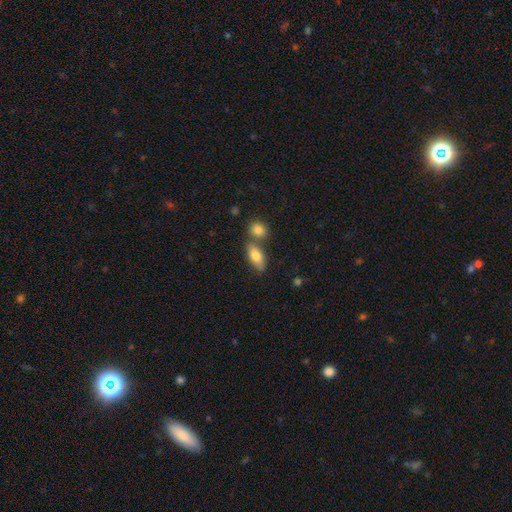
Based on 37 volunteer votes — Q: Smooth or featured?
A: smooth (86%); runner-up: featured or disk (14%)
Q: How rounded?
A: in between (78%); runner-up: cigar-shaped (19%)
Q: Merging?
A: none (59%); runner-up: merger (27%)